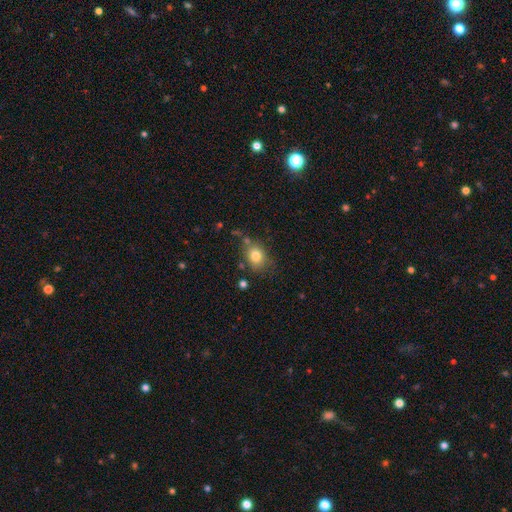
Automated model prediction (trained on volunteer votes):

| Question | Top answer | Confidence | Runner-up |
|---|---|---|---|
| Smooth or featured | smooth | 80% | star or artifact (11%) |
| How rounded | round | 51% | in between (48%) |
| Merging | none | 69% | minor disturbance (19%) |